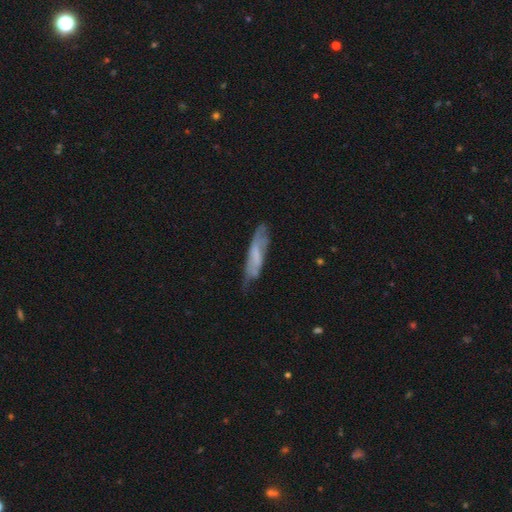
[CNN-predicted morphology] Smooth or featured? Predicted: featured or disk (p=0.47). Merging? Predicted: none (p=0.55).